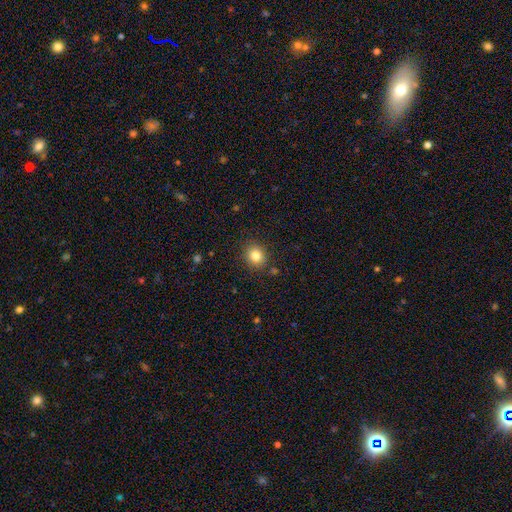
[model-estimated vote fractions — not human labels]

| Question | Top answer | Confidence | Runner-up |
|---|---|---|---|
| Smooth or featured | smooth | 83% | star or artifact (11%) |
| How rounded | round | 73% | in between (26%) |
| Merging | none | 87% | minor disturbance (9%) |